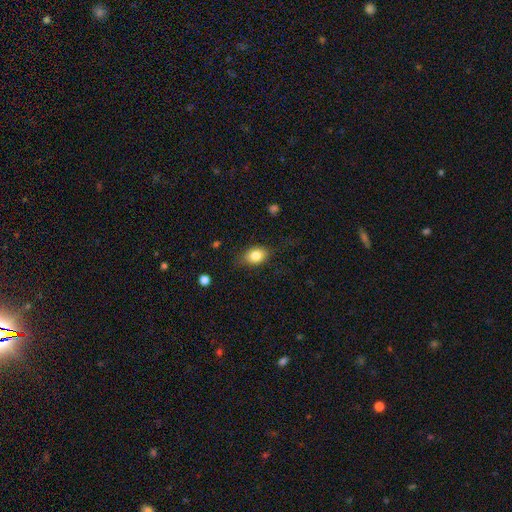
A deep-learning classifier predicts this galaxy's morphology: Smooth or featured?
  - smooth: 81% *
  - featured or disk: 10%
  - star or artifact: 8%
How rounded?
  - in between: 73% *
  - round: 25%
  - cigar-shaped: 2%
Merging?
  - none: 75% *
  - minor disturbance: 18%
  - major disturbance: 5%
  - merger: 1%